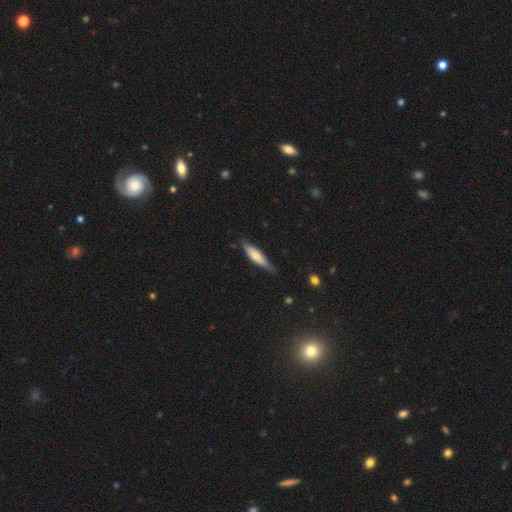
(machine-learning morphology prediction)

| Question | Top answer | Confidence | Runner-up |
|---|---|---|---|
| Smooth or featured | smooth | 56% | featured or disk (38%) |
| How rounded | cigar-shaped | 77% | in between (22%) |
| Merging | none | 76% | minor disturbance (19%) |